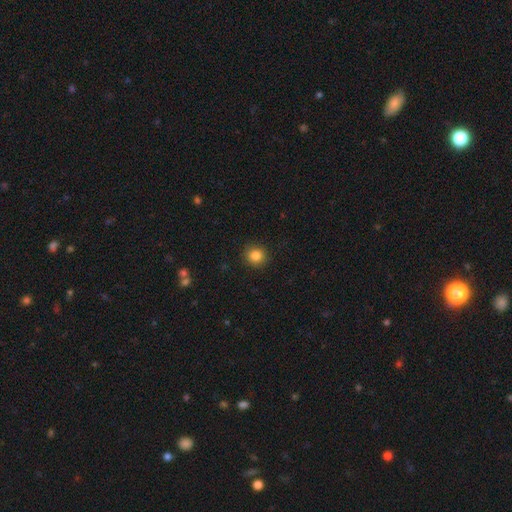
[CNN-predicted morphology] Smooth or featured?
  - smooth: 84% *
  - star or artifact: 11%
  - featured or disk: 5%
How rounded?
  - round: 91% *
  - in between: 8%
  - cigar-shaped: 1%
Merging?
  - none: 91% *
  - minor disturbance: 6%
  - major disturbance: 2%
  - merger: 1%